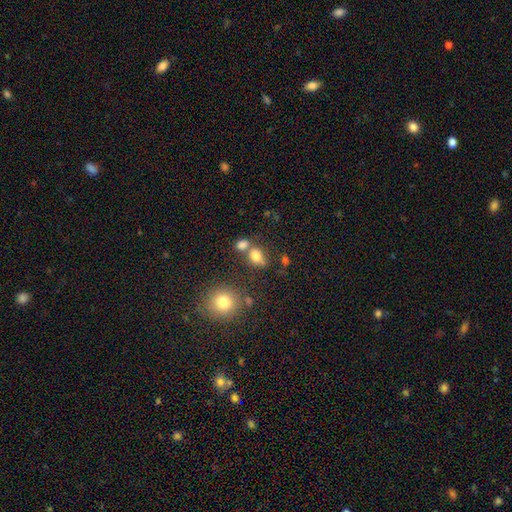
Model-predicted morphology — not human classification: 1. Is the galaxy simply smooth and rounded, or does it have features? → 78% smooth, 12% star or artifact, 10% featured or disk.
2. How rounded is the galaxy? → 68% in between, 29% round, 3% cigar-shaped.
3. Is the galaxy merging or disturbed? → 44% none, 36% merger, 13% minor disturbance, 6% major disturbance.